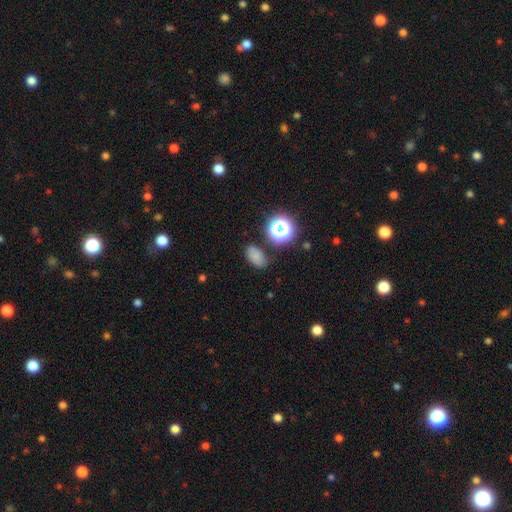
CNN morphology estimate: Smooth or featured: smooth — 72% (star or artifact — 18%)
How rounded: in between — 81% (round — 17%)
Merging: none — 74% (minor disturbance — 17%)